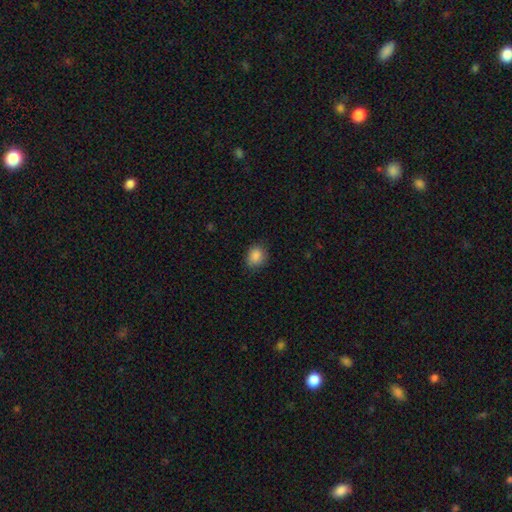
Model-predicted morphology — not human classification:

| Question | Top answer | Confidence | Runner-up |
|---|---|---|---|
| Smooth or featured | smooth | 87% | star or artifact (9%) |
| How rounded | round | 62% | in between (37%) |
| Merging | none | 81% | minor disturbance (15%) |